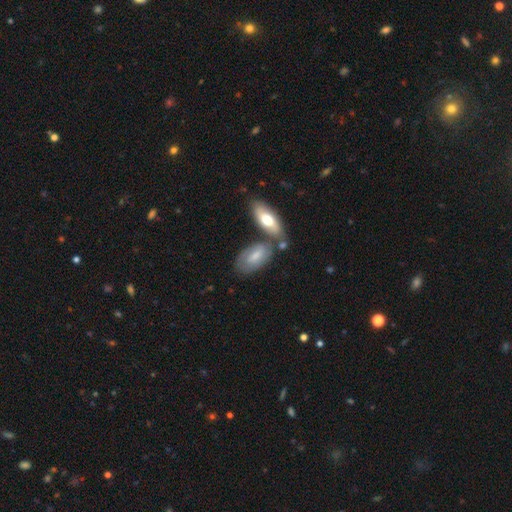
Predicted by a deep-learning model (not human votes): This is likely a smooth galaxy (63%). How rounded: clearly in between (89%). Merging: possibly none (52%).